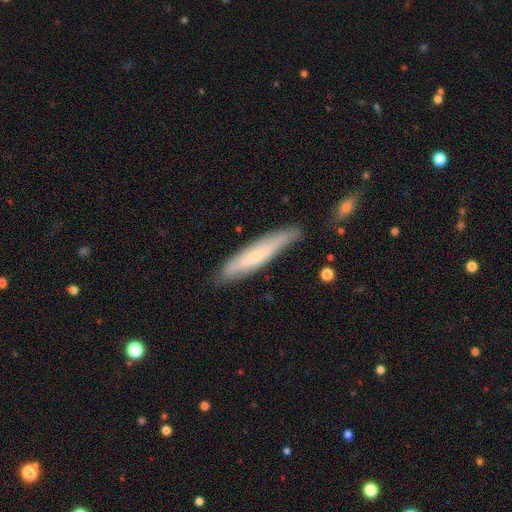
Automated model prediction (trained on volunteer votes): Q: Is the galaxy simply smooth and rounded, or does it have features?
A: smooth — 52%.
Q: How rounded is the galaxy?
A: cigar-shaped — 87%.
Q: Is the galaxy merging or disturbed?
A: none — 79%.